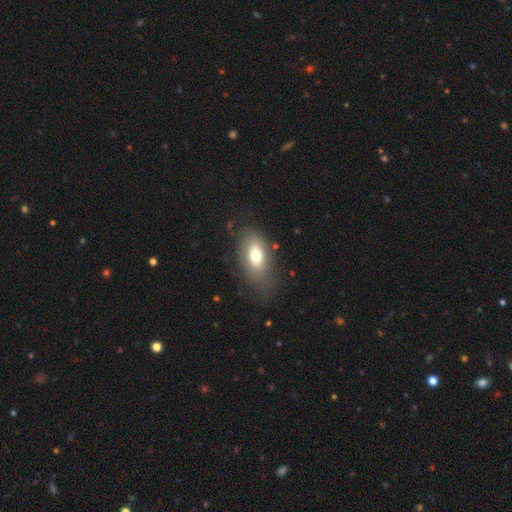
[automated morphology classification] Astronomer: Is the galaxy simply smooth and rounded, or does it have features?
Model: smooth — 70%.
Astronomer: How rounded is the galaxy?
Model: in between — 89%.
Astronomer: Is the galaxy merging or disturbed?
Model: none — 72%.